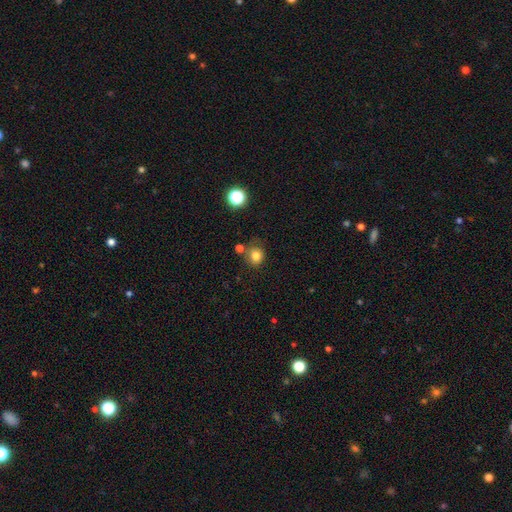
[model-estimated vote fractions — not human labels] A smooth galaxy with no disk features (81%) that is round (83%). Merging: none (69%).